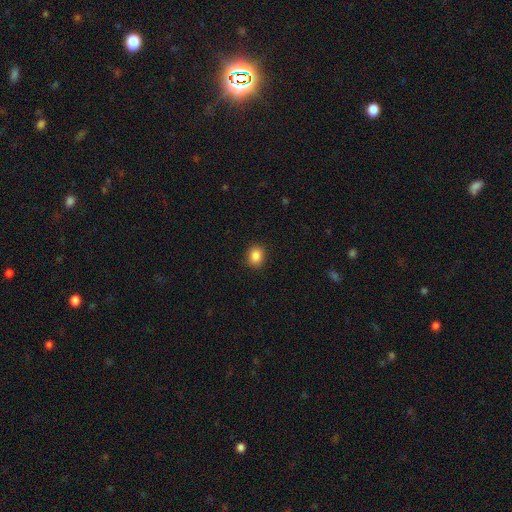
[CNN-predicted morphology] smooth-or-featured: smooth: 87% | star or artifact: 9% | featured or disk: 4%
  how-rounded: round: 55% | in between: 44% | cigar-shaped: 1%
  merging: none: 90% | minor disturbance: 7% | major disturbance: 2% | merger: 1%